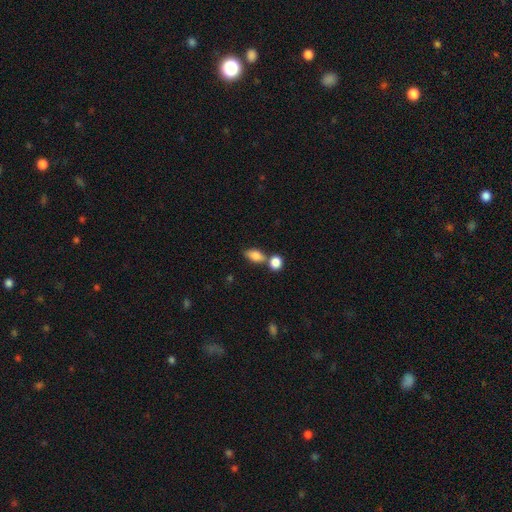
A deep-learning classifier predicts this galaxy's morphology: smooth 83%, featured or disk 9%, star or artifact 8%. Down the decision tree: how rounded — in between (82%); merging — none (49%).